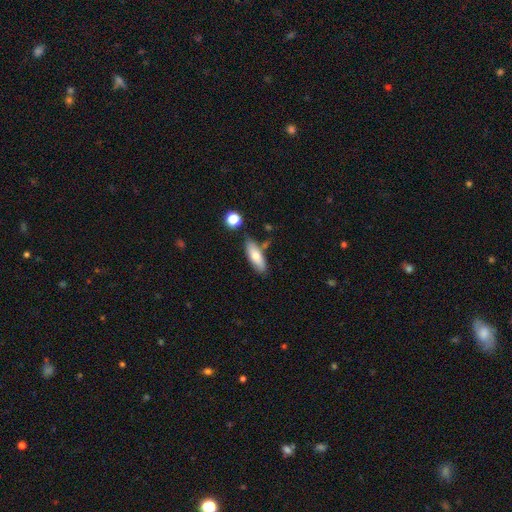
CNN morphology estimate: A smooth galaxy with no disk features (72%) that is in between round and cigar-shaped (64%). Merging: none (72%).